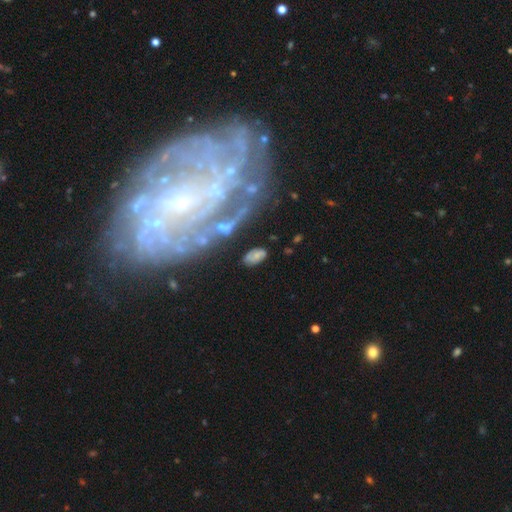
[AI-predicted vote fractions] A smooth galaxy with no disk features (57%) that is in between round and cigar-shaped (91%). Merging: none (63%).